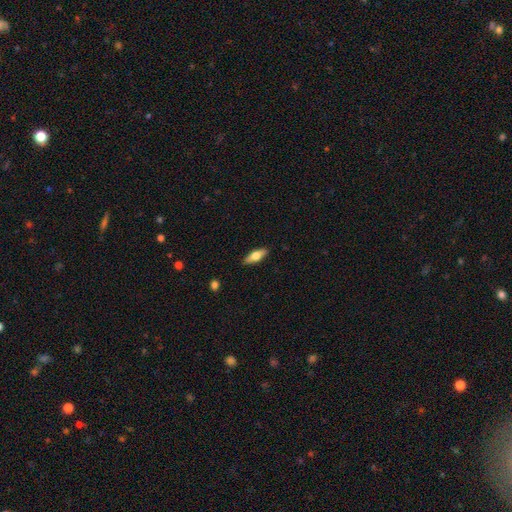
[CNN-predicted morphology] smooth_or_featured: smooth (p=0.61) [alt: featured or disk p=0.33]
how_rounded: in between (p=0.61) [alt: cigar-shaped p=0.37]
merging: none (p=0.87) [alt: minor disturbance p=0.09]